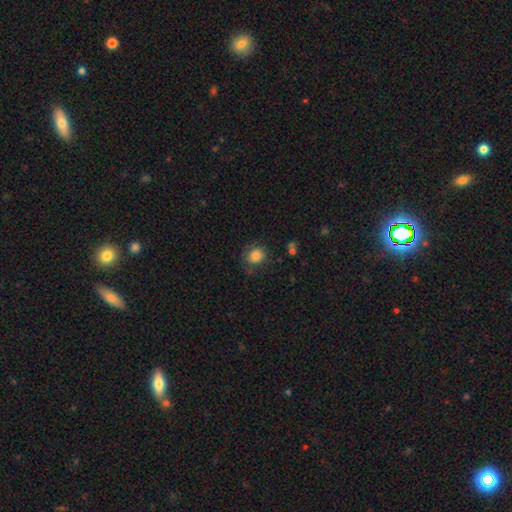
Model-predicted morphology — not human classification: The model was most divided on "how rounded": round: 77%, in between: 22%, cigar-shaped: 1%. More confident: smooth or featured — smooth (82%); merging — none (74%).